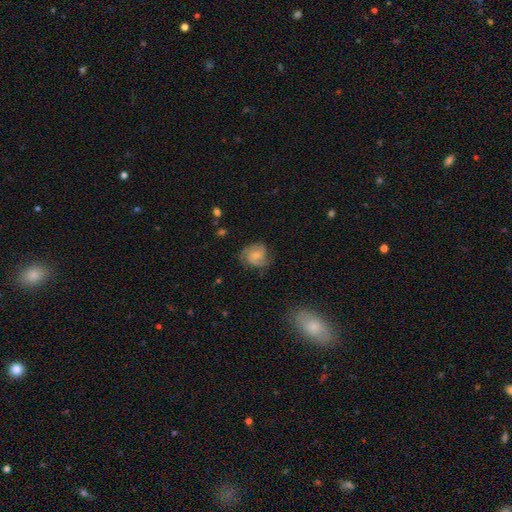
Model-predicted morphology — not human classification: The model was most divided on "spiral winding" (2-way tie): tight: 43%, medium: 43%, loose: 14%. Remaining: edge-on disk — no (98%); spiral arms — yes (94%); bar — no (70%); merging — none (68%); smooth or featured — featured or disk (66%); bulge size — small (56%); spiral arm count — 2 (48%).